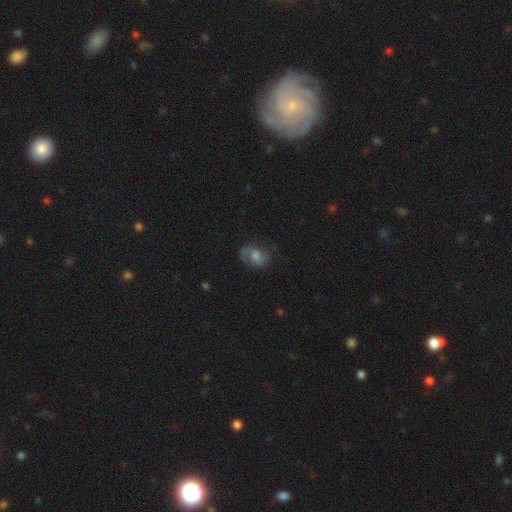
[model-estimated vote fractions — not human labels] This appears to be a featured or disk galaxy (50%). Merging: none (64%).